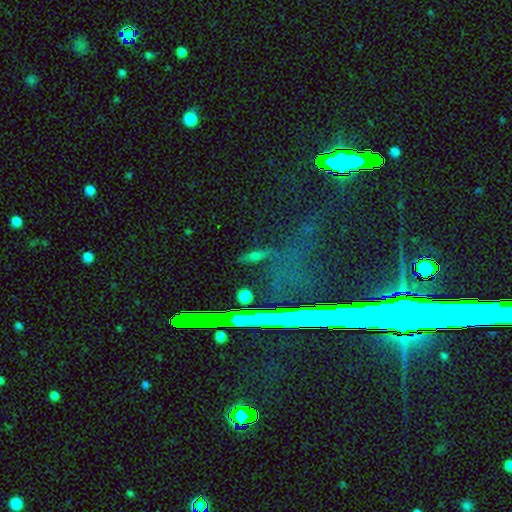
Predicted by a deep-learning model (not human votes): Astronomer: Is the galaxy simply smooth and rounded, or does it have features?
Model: star or artifact — 45% (runner-up: smooth, 34%).